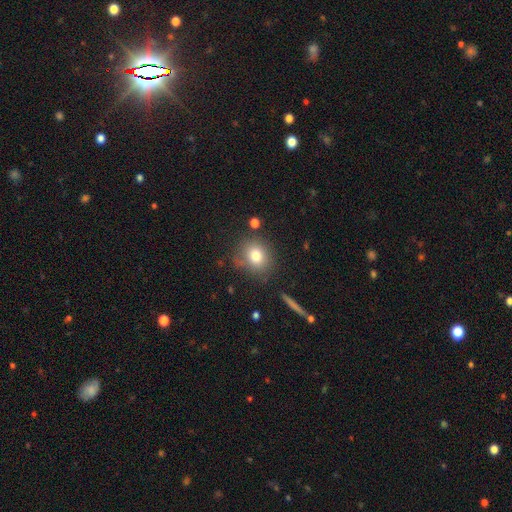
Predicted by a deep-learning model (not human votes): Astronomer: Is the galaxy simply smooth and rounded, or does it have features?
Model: smooth — 78%.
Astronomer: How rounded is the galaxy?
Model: round — 74%.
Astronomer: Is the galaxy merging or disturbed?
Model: none — 76%.